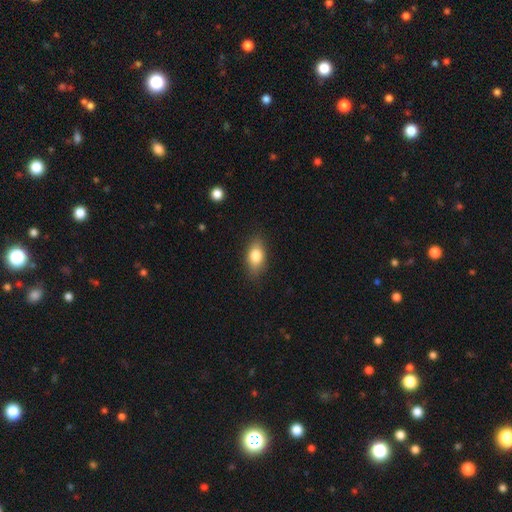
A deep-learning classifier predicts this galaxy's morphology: Smooth or featured? Predicted: smooth (p=0.80). How rounded? Predicted: in between (p=0.84). Merging? Predicted: none (p=0.84).